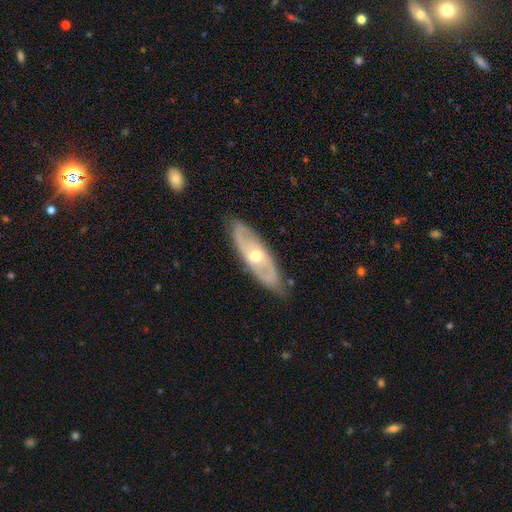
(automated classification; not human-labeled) Smooth or featured?
  - featured or disk: 70% *
  - smooth: 25%
  - star or artifact: 5%
Edge-on disk?
  - no: 77% *
  - yes: 23%
Bar?
  - no: 74% *
  - weak: 21%
  - strong: 6%
Spiral arms?
  - yes: 62% *
  - no: 38%
Bulge size?
  - moderate: 69% *
  - small: 24%
  - large: 5%
  - dominant: 1%
  - none: 1%
Merging?
  - none: 81% *
  - minor disturbance: 14%
  - major disturbance: 4%
  - merger: 1%